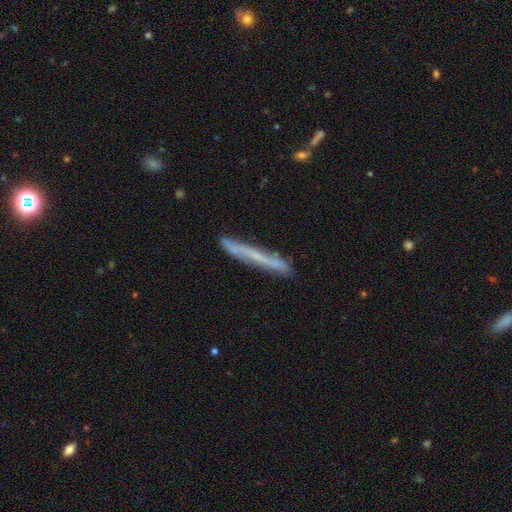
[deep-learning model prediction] Smooth or featured? featured or disk (52%)
Edge-on disk? yes (86%)
Merging? none (82%)